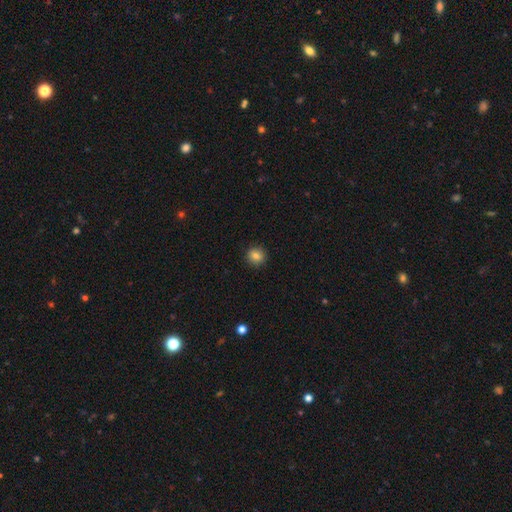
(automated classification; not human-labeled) Morphology: type=smooth (82%); roundness=round (90%); merging=none (91%).